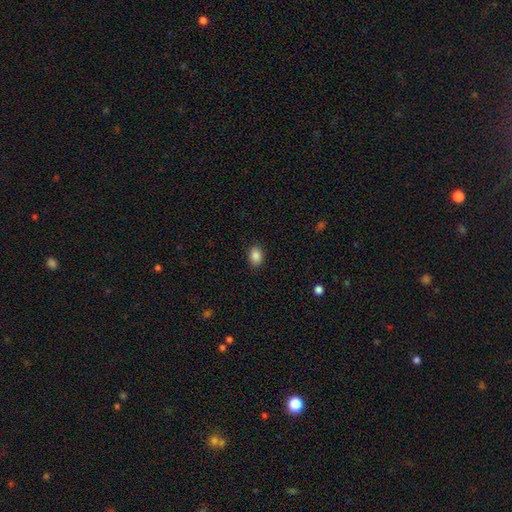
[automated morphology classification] Smooth or featured? smooth (87%)
How rounded? in between (75%)
Merging? none (88%)